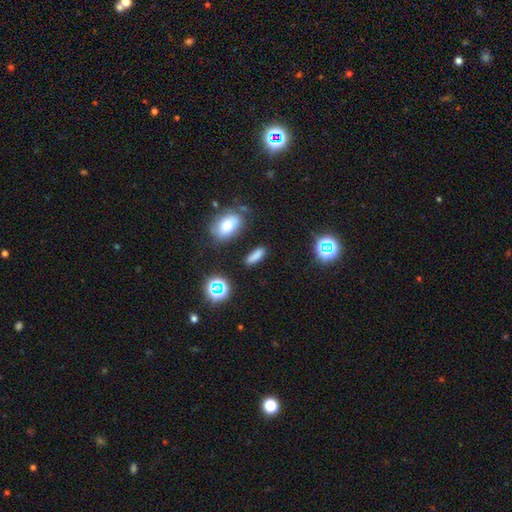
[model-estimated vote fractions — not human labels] Smooth or featured? Predicted: smooth (p=0.75). How rounded? Predicted: in between (p=0.49). Merging? Predicted: none (p=0.80).